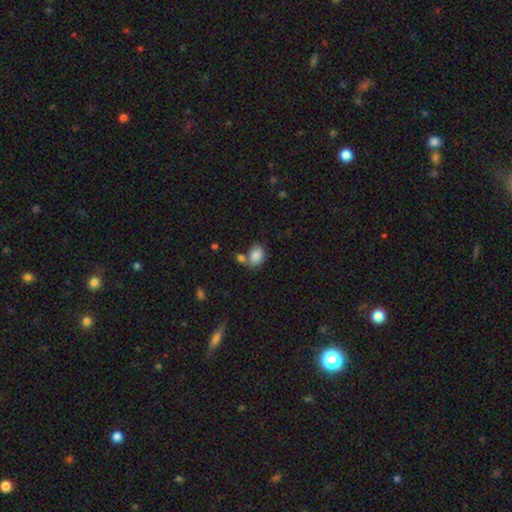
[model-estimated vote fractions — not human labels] Smooth or featured? Predicted: smooth (p=0.86). How rounded? Predicted: in between (p=0.71). Merging? Predicted: none (p=0.54).